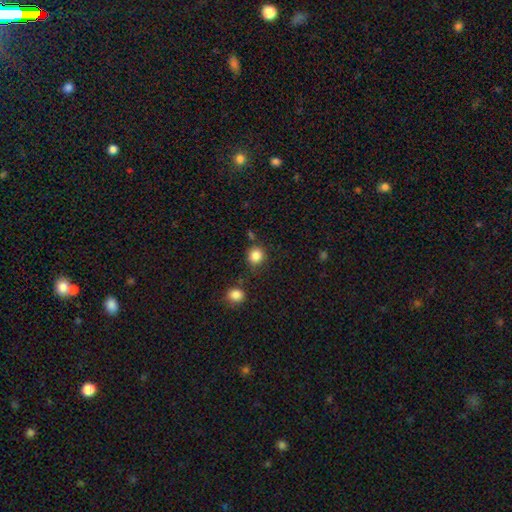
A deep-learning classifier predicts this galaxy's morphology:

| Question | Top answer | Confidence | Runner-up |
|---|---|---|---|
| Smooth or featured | smooth | 86% | star or artifact (10%) |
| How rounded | round | 90% | in between (9%) |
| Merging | none | 79% | minor disturbance (11%) |